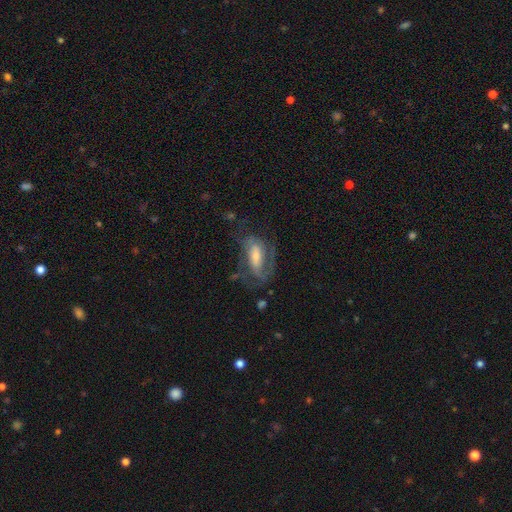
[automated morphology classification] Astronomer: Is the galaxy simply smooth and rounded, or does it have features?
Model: featured or disk — 71%.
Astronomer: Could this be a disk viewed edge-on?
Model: no — 93%.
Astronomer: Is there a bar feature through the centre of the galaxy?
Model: weak — 40% (runner-up: no, 36%).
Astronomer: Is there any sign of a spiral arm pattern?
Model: yes — 86%.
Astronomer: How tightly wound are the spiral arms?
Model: medium — 46% (runner-up: tight, 33%).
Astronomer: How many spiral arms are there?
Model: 2 — 54%.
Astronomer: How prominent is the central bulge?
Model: moderate — 43% (runner-up: small, 38%).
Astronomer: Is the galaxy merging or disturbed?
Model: none — 50% (runner-up: major disturbance, 26%).